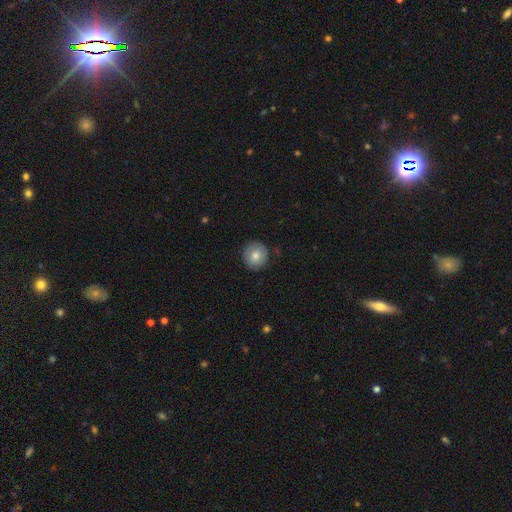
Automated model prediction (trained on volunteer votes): Q: Smooth or featured?
A: smooth (76%); runner-up: featured or disk (16%)
Q: How rounded?
A: round (92%); runner-up: in between (7%)
Q: Merging?
A: none (86%); runner-up: minor disturbance (11%)